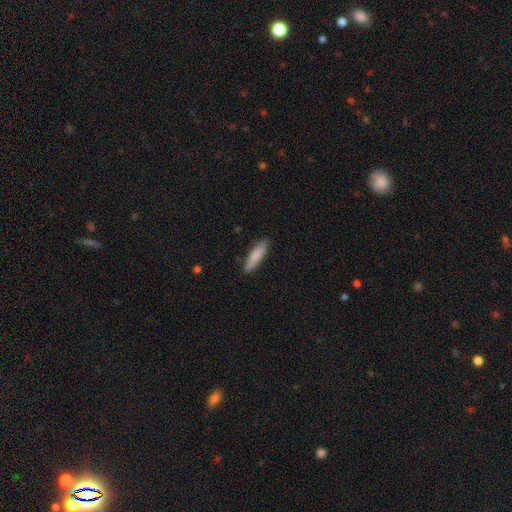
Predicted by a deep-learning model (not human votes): Overall: smooth (82%). How rounded: cigar-shaped (77%). Merging: none (85%).